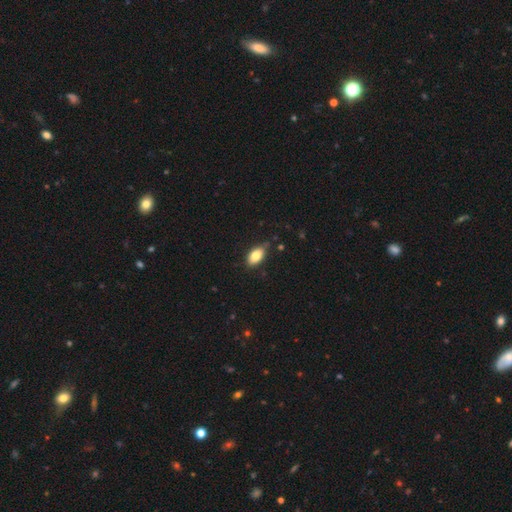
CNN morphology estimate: smooth_or_featured: smooth (p=0.80) [alt: featured or disk p=0.13]
how_rounded: in between (p=0.90) [alt: round p=0.05]
merging: none (p=0.71) [alt: minor disturbance p=0.23]